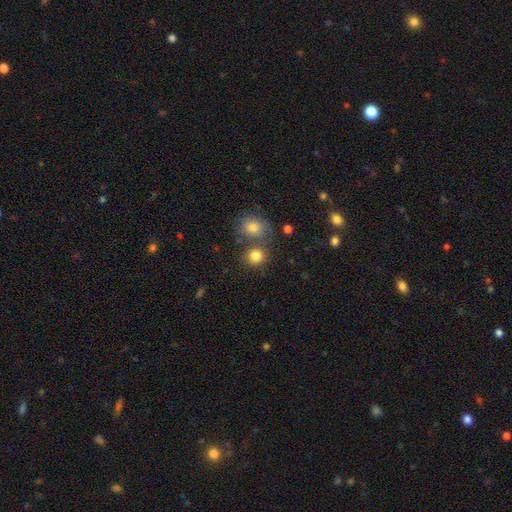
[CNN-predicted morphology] Smooth or featured? Predicted: smooth (p=0.82). How rounded? Predicted: round (p=0.86). Merging? Predicted: none (p=0.65).